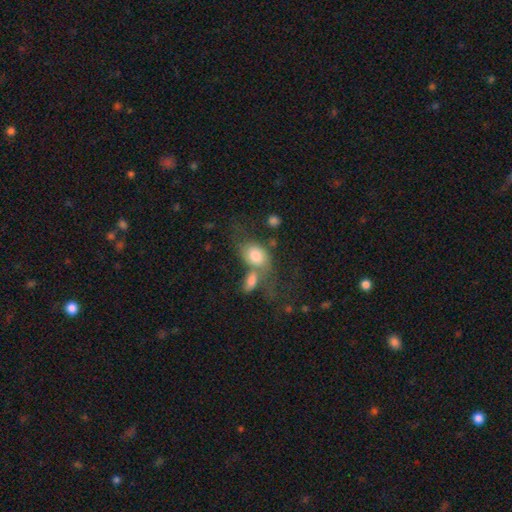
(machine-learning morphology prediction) This appears to be a smooth galaxy with no disk features (75%) that is in between round and cigar-shaped (78%). Merging: merger (48%).